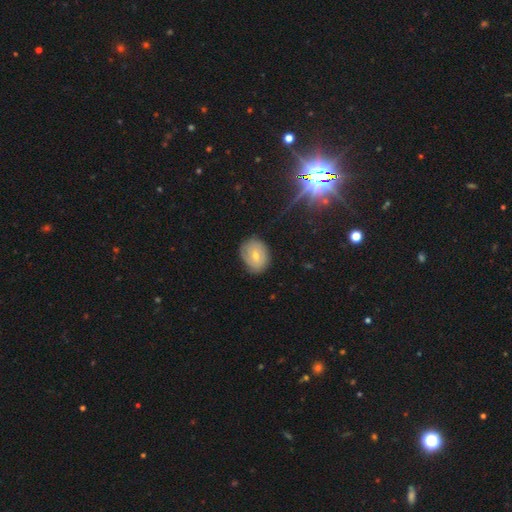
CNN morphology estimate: smooth-or-featured: smooth: 50% | featured or disk: 40% | star or artifact: 10%
  merging: none: 75% | minor disturbance: 20% | major disturbance: 5% | merger: 1%